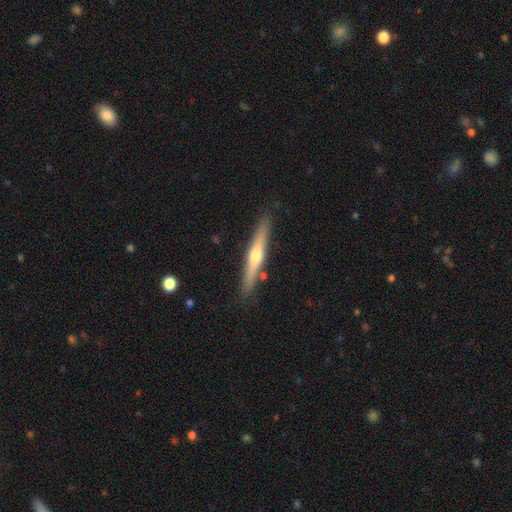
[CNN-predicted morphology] This appears to be a featured or disk galaxy (62%) viewed edge-on (97%) with a rounded central bulge (85%). Merging: none (87%).